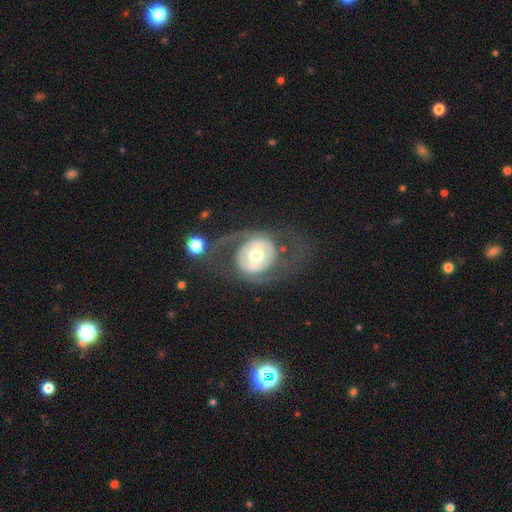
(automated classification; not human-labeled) This appears to be a featured or disk galaxy (66%) with no bar (57%), no spiral arms (62%) and a moderate central bulge (70%). Merging: none (58%).